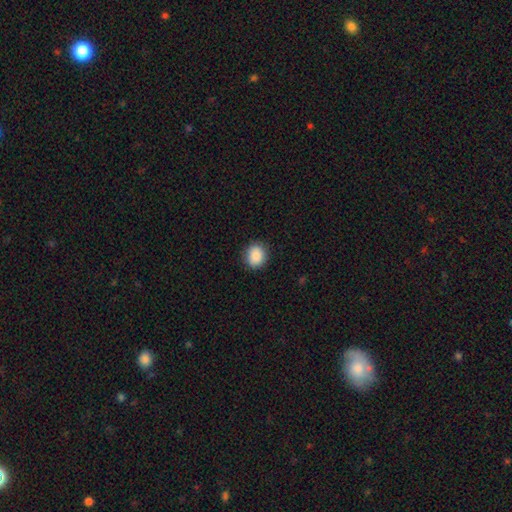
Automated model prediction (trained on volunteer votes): Overall: smooth (88%). How rounded: round (71%). Merging: none (89%).